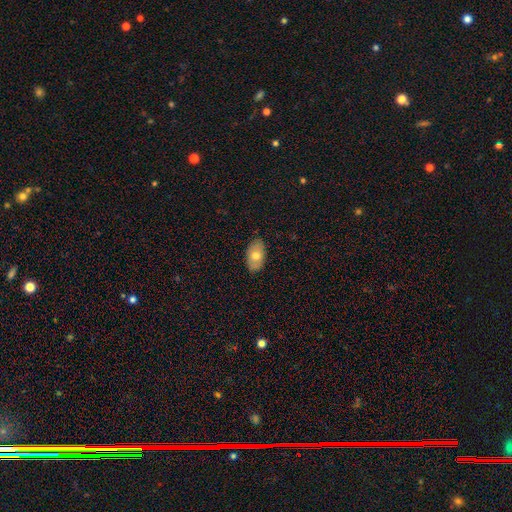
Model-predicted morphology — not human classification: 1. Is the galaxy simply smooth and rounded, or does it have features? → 70% smooth, 23% featured or disk, 7% star or artifact.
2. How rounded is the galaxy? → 92% in between, 6% round, 2% cigar-shaped.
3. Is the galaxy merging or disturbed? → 86% none, 11% minor disturbance, 2% major disturbance, 1% merger.